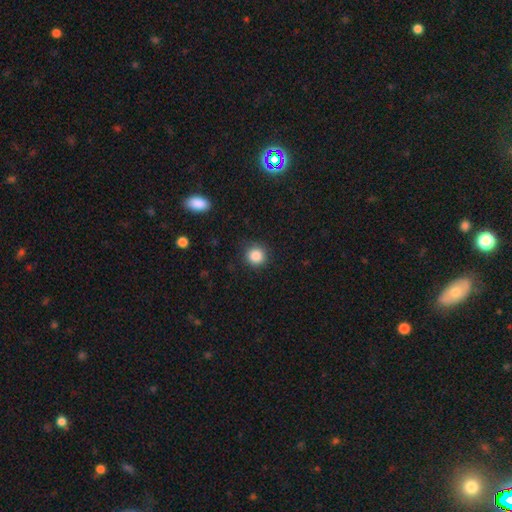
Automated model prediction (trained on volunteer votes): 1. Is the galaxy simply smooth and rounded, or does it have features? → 87% smooth, 10% star or artifact, 3% featured or disk.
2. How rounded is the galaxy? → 92% round, 7% in between, 1% cigar-shaped.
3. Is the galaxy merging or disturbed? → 88% none, 9% minor disturbance, 3% major disturbance, 1% merger.